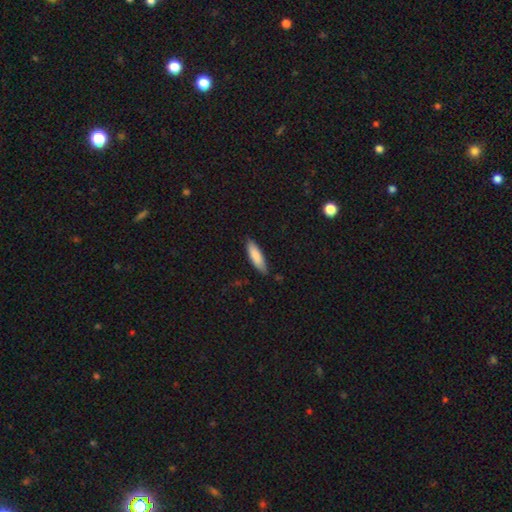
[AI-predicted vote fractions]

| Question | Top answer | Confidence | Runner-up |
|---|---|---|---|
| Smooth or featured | smooth | 85% | featured or disk (10%) |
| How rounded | cigar-shaped | 55% | in between (44%) |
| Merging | none | 81% | minor disturbance (15%) |